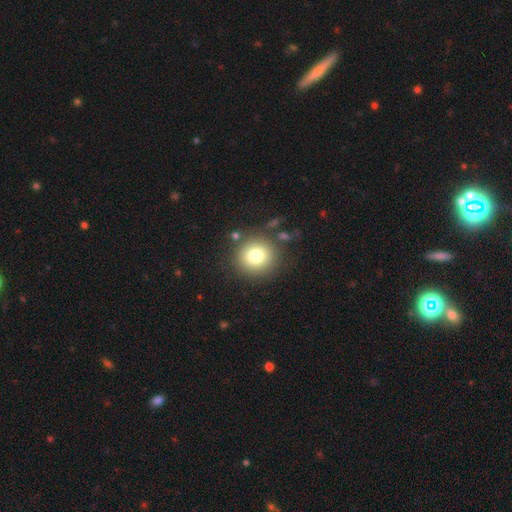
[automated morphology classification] type=smooth (78%); roundness=round (92%); merging=none (84%).